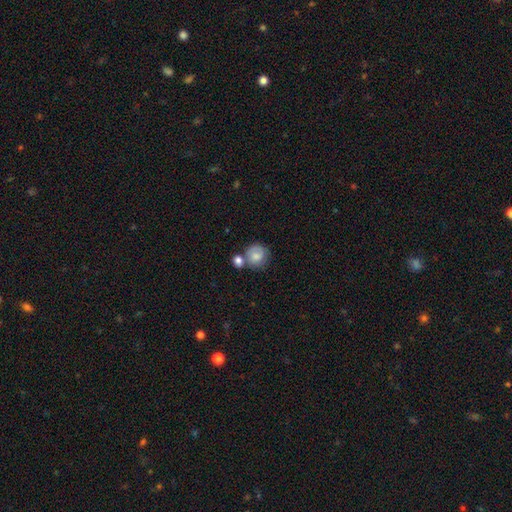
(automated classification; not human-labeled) Smooth or featured: smooth — 77% (featured or disk — 16%)
How rounded: round — 86% (in between — 13%)
Merging: none — 50% (merger — 30%)